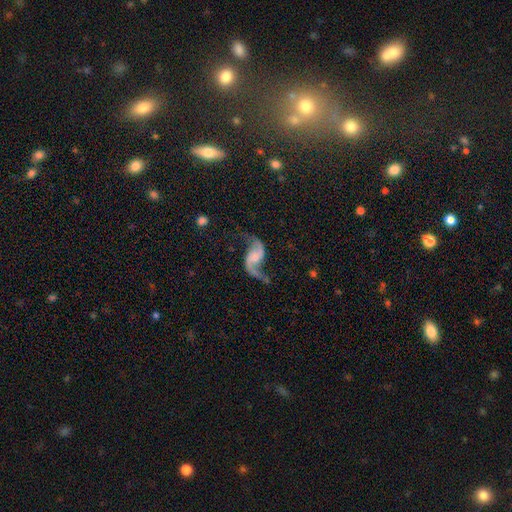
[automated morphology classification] featured or disk 89%, smooth 6%, star or artifact 5%. Down the decision tree: edge-on disk — no (98%); bar — no (52%); spiral arms — yes (97%); spiral arm count — 2 (93%); spiral winding — loose (86%); bulge size — none (46%); merging — none (67%).